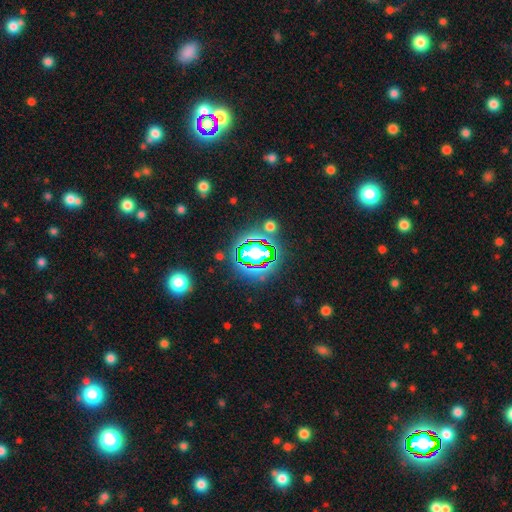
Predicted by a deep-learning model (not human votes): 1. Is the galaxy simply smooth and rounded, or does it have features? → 79% star or artifact, 12% smooth, 8% featured or disk.